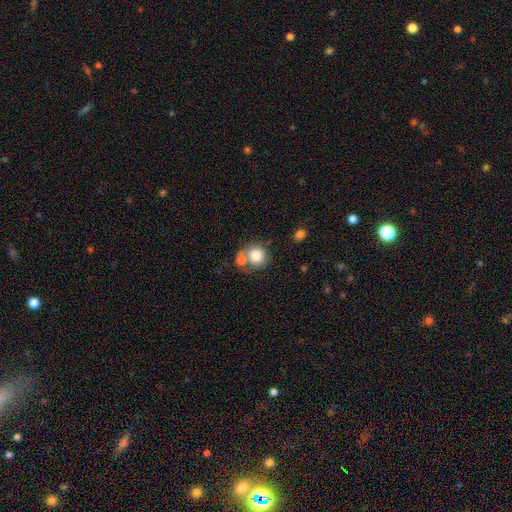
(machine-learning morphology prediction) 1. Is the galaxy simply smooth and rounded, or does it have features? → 80% smooth, 11% featured or disk, 9% star or artifact.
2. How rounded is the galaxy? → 88% round, 11% in between, 1% cigar-shaped.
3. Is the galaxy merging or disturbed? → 54% none, 29% merger, 12% minor disturbance, 5% major disturbance.